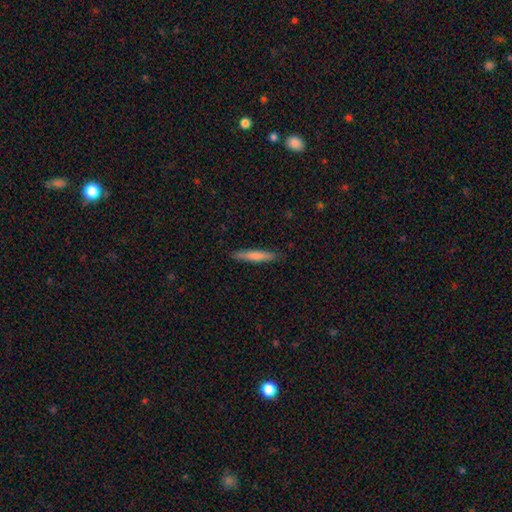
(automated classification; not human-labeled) This appears to be a smooth galaxy with no disk features (74%) that is cigar-shaped (92%). Merging: none (89%).